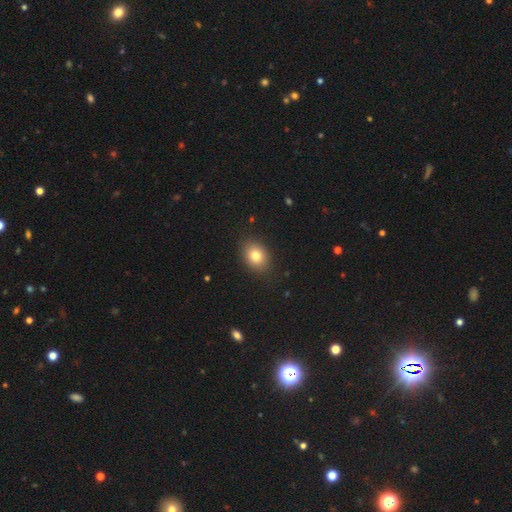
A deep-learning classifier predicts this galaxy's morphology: The model was most divided on "how rounded": in between: 57%, round: 42%, cigar-shaped: 1%. More confident: merging — none (87%); smooth or featured — smooth (80%).